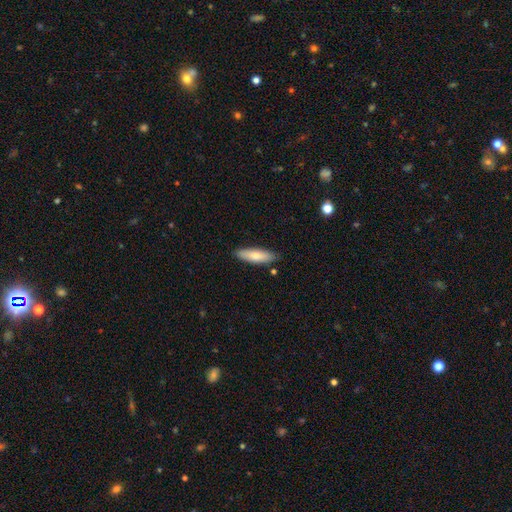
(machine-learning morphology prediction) A smooth galaxy with no disk features (75%) that is cigar-shaped (58%).

Vote fractions:
- Smooth or featured? smooth: 75% / featured or disk: 19% / star or artifact: 6%
- How rounded? cigar-shaped: 58% / in between: 41% / round: 2%
- Merging? none: 85% / minor disturbance: 11% / merger: 2% / major disturbance: 2%